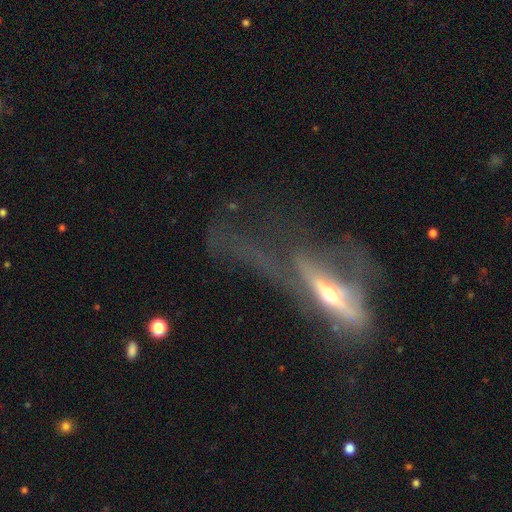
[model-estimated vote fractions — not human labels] smooth_or_featured: featured or disk (p=0.65) [alt: smooth p=0.22]
disk_edge_on: yes (p=0.52) [alt: no p=0.48]
merging: major disturbance (p=0.60) [alt: none p=0.19]